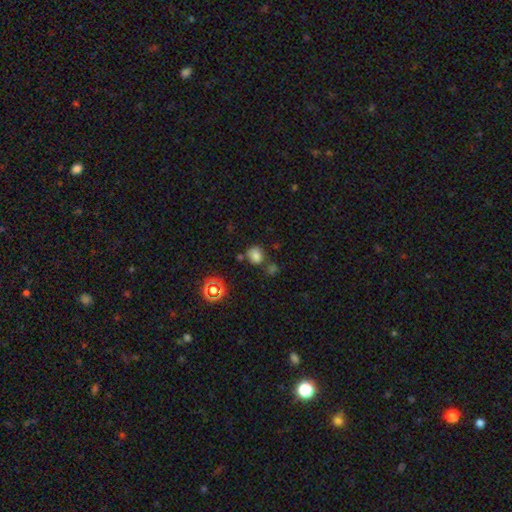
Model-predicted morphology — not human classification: This is likely a smooth galaxy (77%). How rounded: likely round (69%). Merging: likely none (68%).